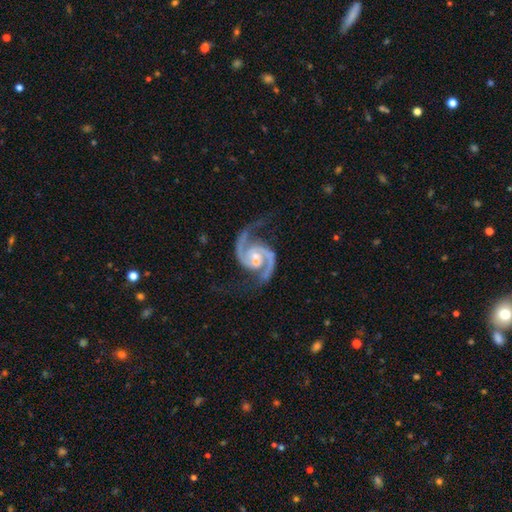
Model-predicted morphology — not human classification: The model was most divided on "bulge size": small: 50%, moderate: 44%, none: 3%, large: 2%, dominant: 1%. More confident: spiral arms — yes (99%); edge-on disk — no (98%); smooth or featured — featured or disk (94%); spiral arm count — 2 (94%); merging — none (70%); spiral winding — medium (64%); bar — no (55%).